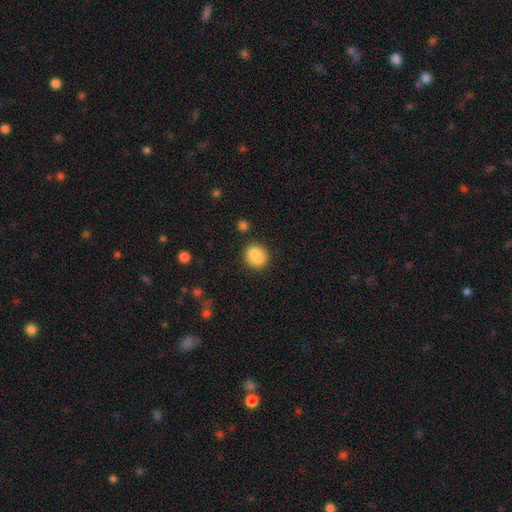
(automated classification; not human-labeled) This is clearly a smooth galaxy (85%). How rounded: likely round (67%). Merging: likely none (79%).